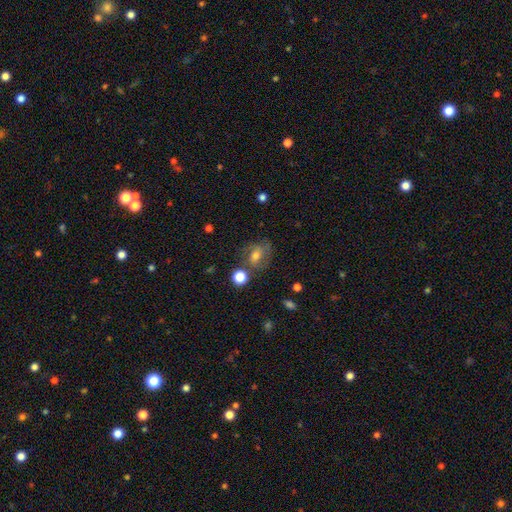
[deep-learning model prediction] Q: Smooth or featured?
A: smooth (50%); runner-up: featured or disk (37%)
Q: Merging?
A: none (59%); runner-up: minor disturbance (20%)